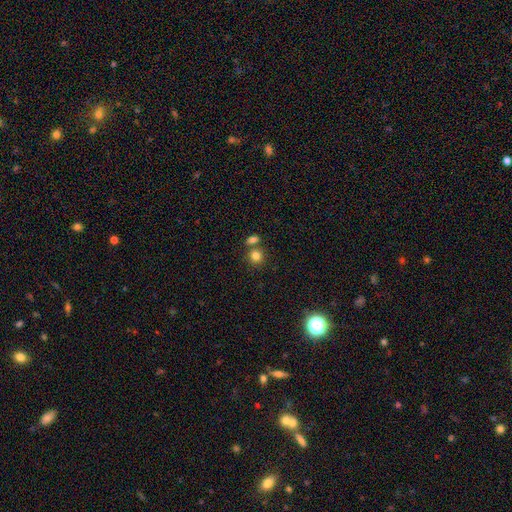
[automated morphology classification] Overall: smooth (82%). How rounded: round (83%). Merging: none (64%; merger 25%).